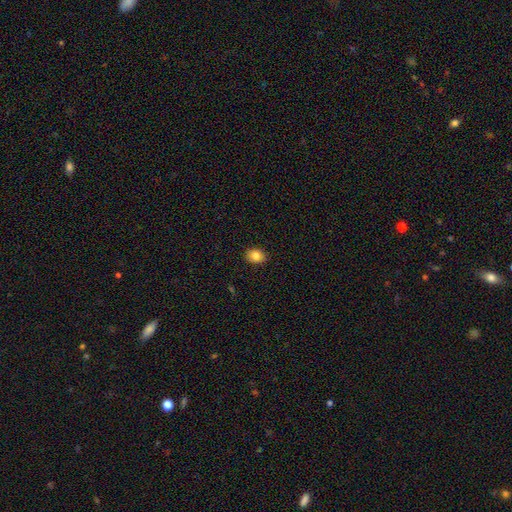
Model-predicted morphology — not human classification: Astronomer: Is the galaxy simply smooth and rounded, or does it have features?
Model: smooth — 84%.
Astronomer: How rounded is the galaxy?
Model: in between — 60% (runner-up: round, 39%).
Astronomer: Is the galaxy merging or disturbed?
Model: none — 89%.